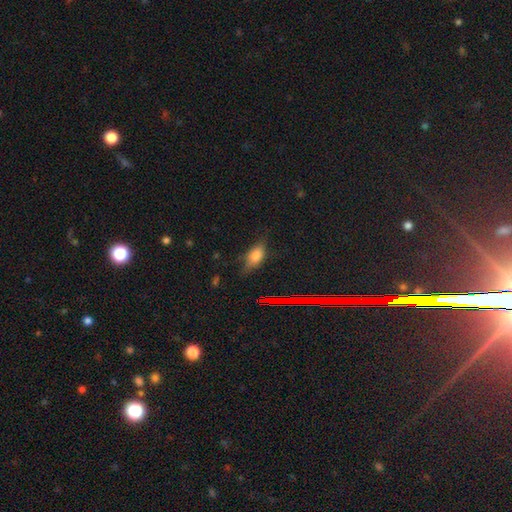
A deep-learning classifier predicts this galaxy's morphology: This is likely a smooth galaxy (67%). How rounded: clearly in between (83%). Merging: likely none (67%).